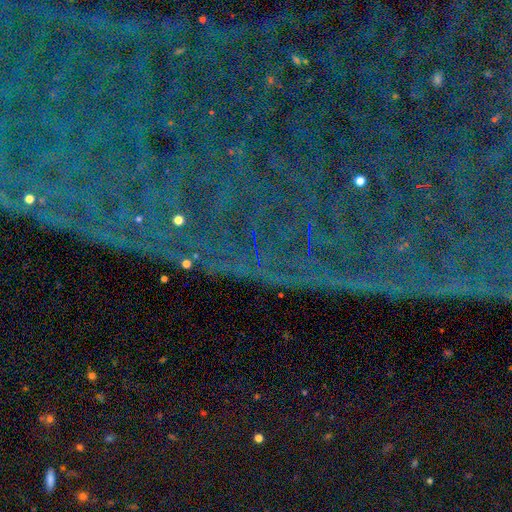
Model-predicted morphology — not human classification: Q: Smooth or featured?
A: star or artifact (87%); runner-up: featured or disk (7%)